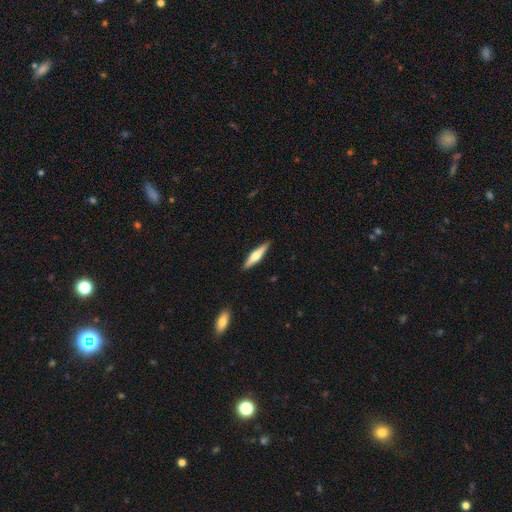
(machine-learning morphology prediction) type=smooth (47%, tied with featured or disk); merging=none (90%).